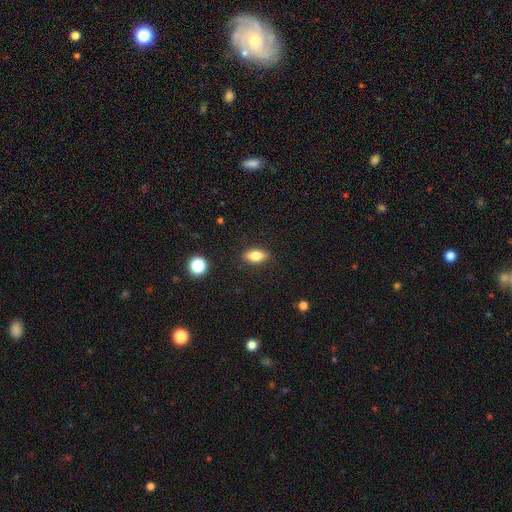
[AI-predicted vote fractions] Smooth or featured? smooth (76%)
How rounded? in between (82%)
Merging? none (88%)